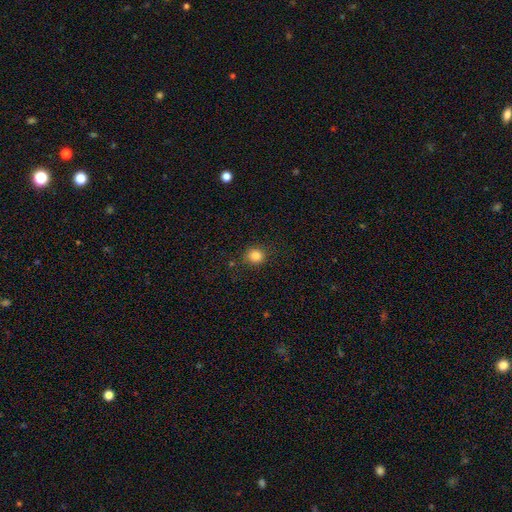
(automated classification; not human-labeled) Smooth or featured? smooth (83%)
How rounded? round (86%)
Merging? none (86%)